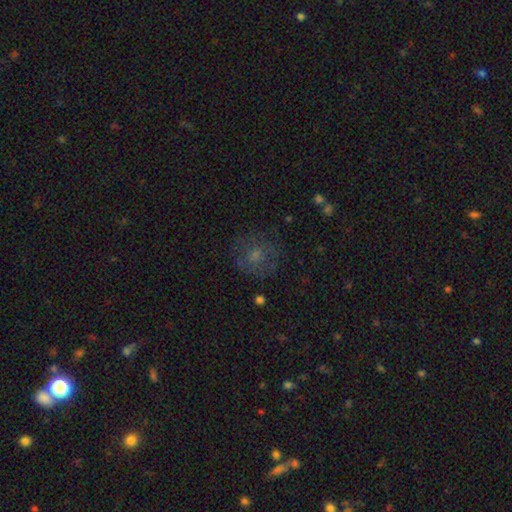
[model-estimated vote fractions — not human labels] Overall: smooth (59%; featured or disk 24%). How rounded: round (84%). Merging: none (73%).